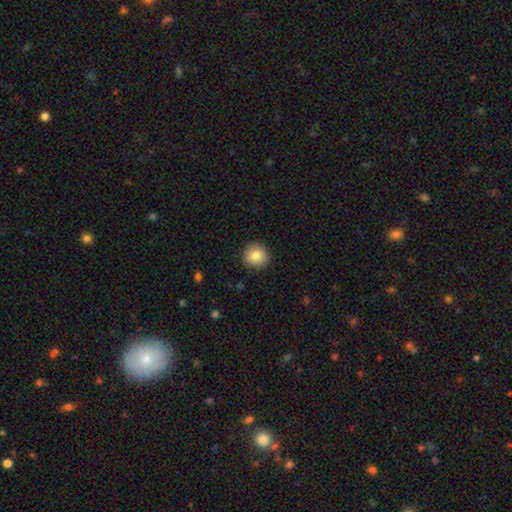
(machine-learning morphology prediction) Smooth or featured?
  - smooth: 84% *
  - star or artifact: 9%
  - featured or disk: 7%
How rounded?
  - round: 94% *
  - in between: 5%
  - cigar-shaped: 1%
Merging?
  - none: 91% *
  - minor disturbance: 6%
  - major disturbance: 2%
  - merger: 1%